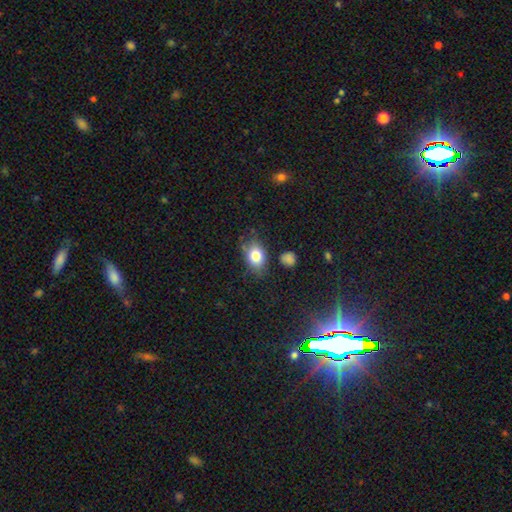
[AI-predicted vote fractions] This is likely a smooth galaxy (79%). How rounded: likely in between (74%). Merging: likely none (70%).